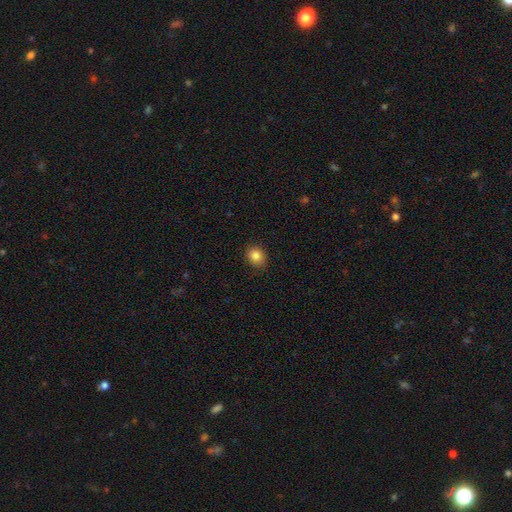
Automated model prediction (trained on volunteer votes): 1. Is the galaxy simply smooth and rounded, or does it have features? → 85% smooth, 10% star or artifact, 5% featured or disk.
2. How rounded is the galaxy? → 60% round, 39% in between, 1% cigar-shaped.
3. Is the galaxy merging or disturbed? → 87% none, 9% minor disturbance, 2% major disturbance, 1% merger.